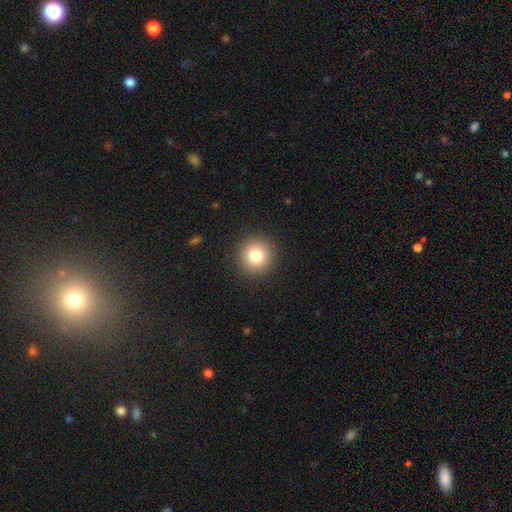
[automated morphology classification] Overall: smooth (81%). How rounded: round (95%). Merging: none (92%).